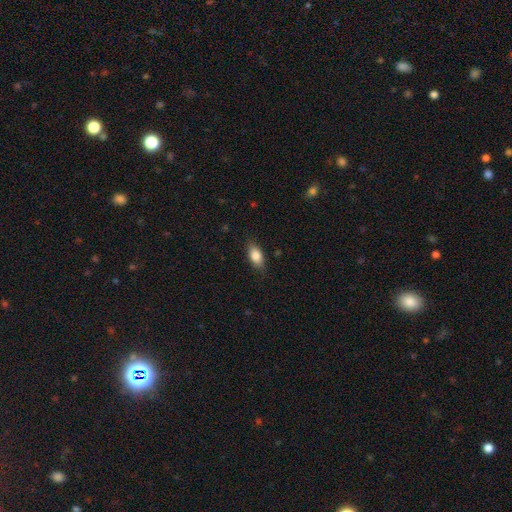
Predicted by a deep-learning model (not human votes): The model was most divided on "merging": none: 82%, minor disturbance: 14%, major disturbance: 3%, merger: 1%. More confident: how rounded — in between (87%); smooth or featured — smooth (83%).